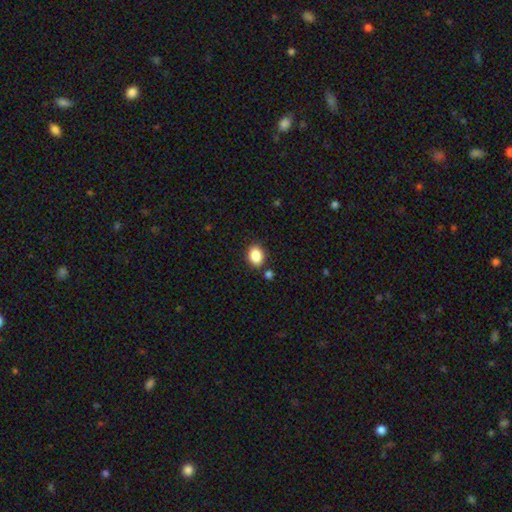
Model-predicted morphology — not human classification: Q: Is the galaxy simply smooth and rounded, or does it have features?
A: smooth — 87%.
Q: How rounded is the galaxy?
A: in between — 66%.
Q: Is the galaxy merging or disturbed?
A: none — 81%.